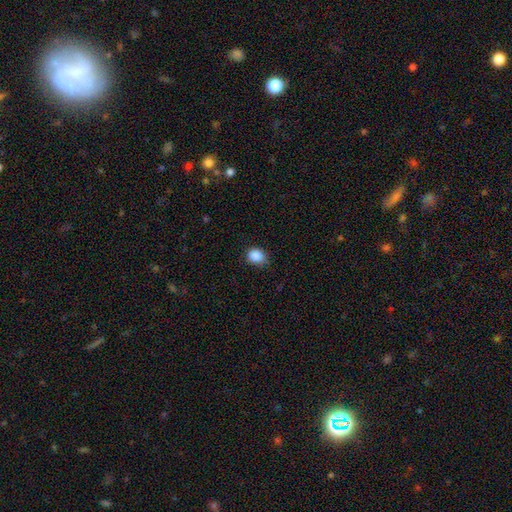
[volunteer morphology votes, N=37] Smooth or featured? smooth (97%)
How rounded? round (69%)
Merging? none (67%)